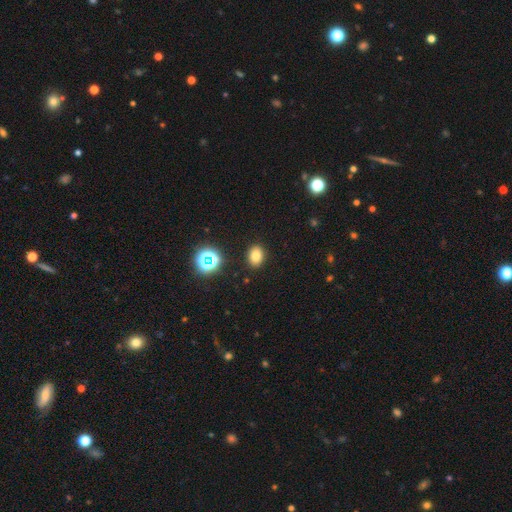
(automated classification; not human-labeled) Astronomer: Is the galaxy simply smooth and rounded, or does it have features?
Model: smooth — 78%.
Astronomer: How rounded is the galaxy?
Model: in between — 64%.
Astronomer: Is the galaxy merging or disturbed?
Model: none — 88%.